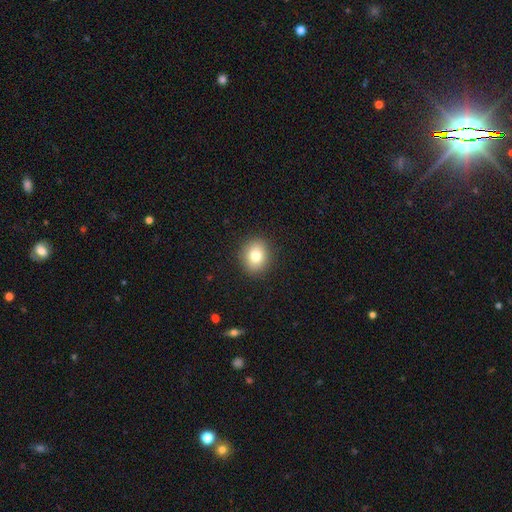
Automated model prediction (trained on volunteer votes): Smooth or featured? smooth (79%)
How rounded? round (67%)
Merging? none (90%)